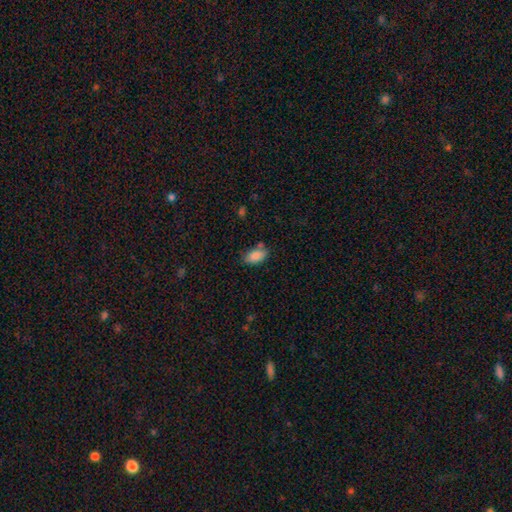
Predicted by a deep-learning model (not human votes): Smooth or featured: smooth — 87% (star or artifact — 8%)
How rounded: in between — 92% (round — 5%)
Merging: none — 70% (minor disturbance — 18%)